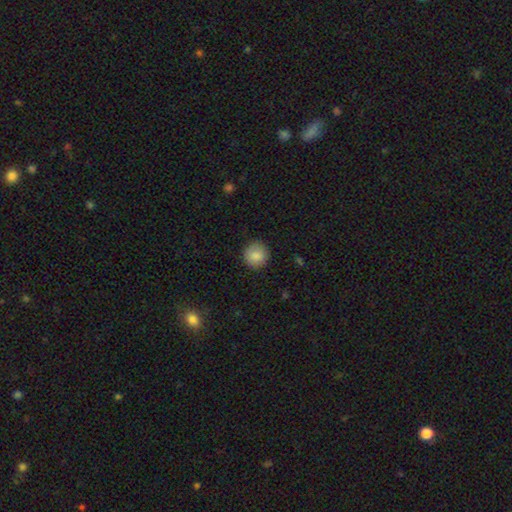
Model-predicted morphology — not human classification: A smooth galaxy with no disk features (86%) that is round (91%). Merging: none (88%).